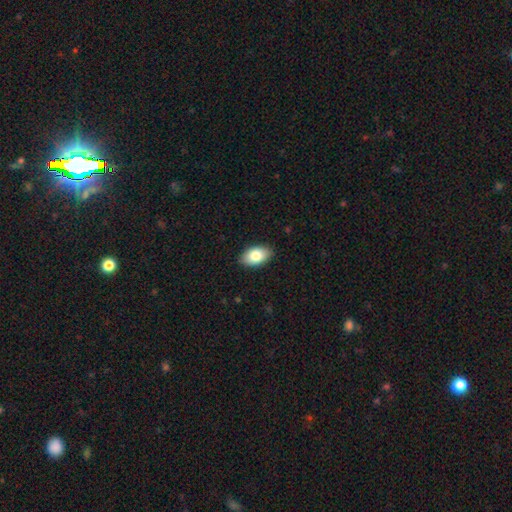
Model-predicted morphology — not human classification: This appears to be a smooth galaxy with no disk features (82%) that is in between round and cigar-shaped (93%). Merging: none (88%).